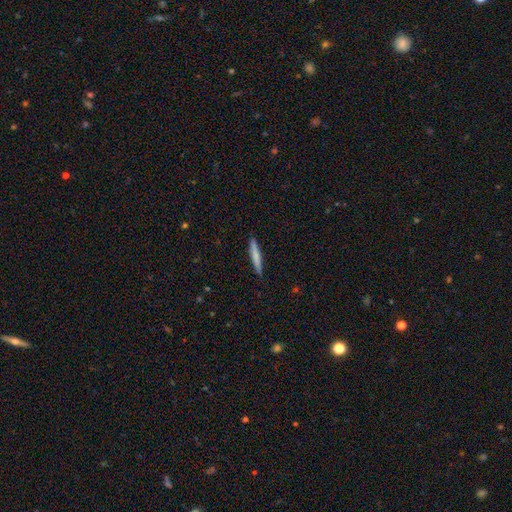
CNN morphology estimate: Smooth or featured? smooth (71%)
How rounded? cigar-shaped (95%)
Merging? none (91%)